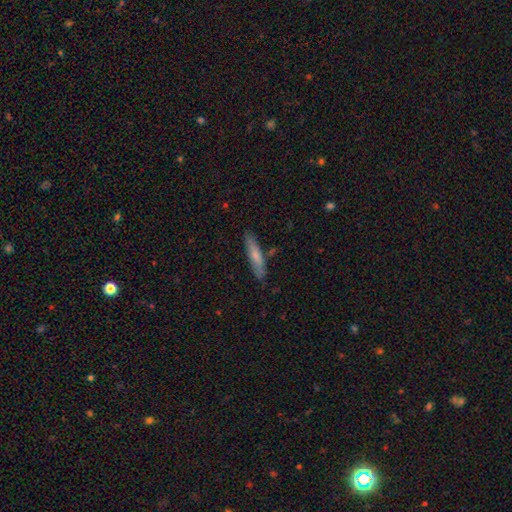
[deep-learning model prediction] Overall: smooth (69%). How rounded: cigar-shaped (86%). Merging: none (79%).